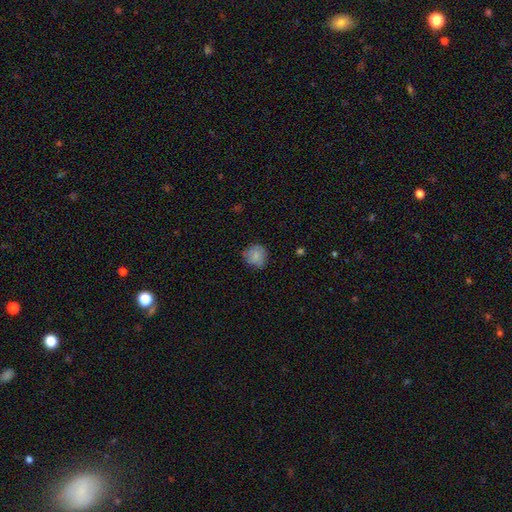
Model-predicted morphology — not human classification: The model was most divided on "merging": none: 75%, minor disturbance: 19%, major disturbance: 4%, merger: 1%. More confident: how rounded — round (86%); smooth or featured — smooth (81%).